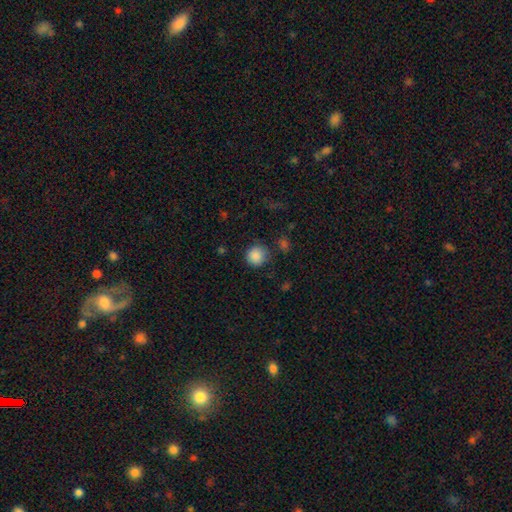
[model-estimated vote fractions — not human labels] Smooth or featured?
  - smooth: 87% *
  - star or artifact: 10%
  - featured or disk: 3%
How rounded?
  - round: 91% *
  - in between: 8%
  - cigar-shaped: 1%
Merging?
  - none: 80% *
  - minor disturbance: 13%
  - major disturbance: 4%
  - merger: 3%